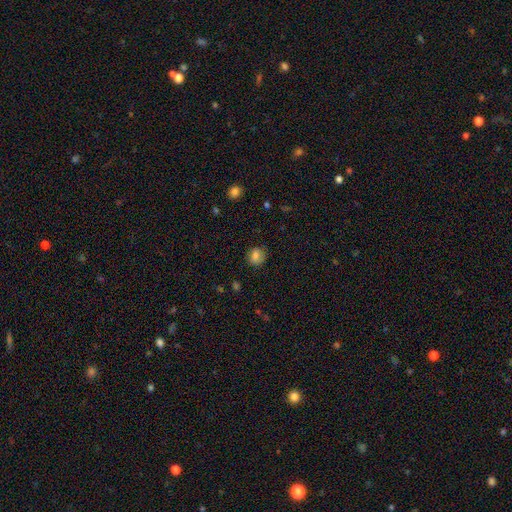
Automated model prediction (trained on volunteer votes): Smooth or featured? smooth (78%)
How rounded? round (74%)
Merging? none (82%)